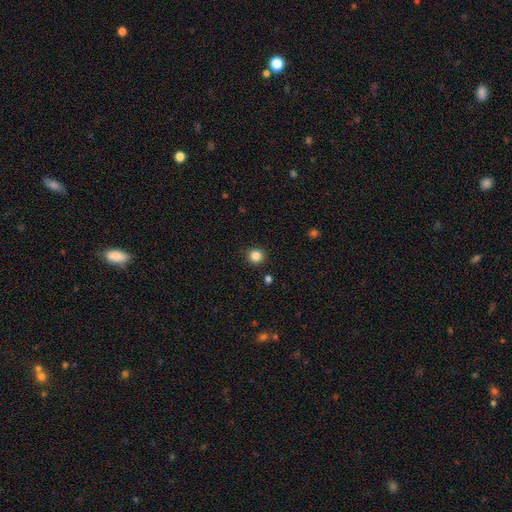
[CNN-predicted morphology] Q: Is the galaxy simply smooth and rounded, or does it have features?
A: smooth — 85%.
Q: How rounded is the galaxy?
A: round — 93%.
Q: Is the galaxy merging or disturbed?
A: none — 91%.